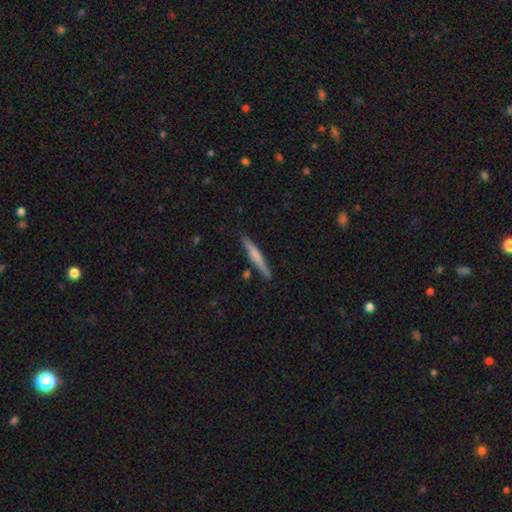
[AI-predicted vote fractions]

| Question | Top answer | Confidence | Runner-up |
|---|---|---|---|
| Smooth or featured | smooth | 57% | featured or disk (38%) |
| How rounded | cigar-shaped | 95% | in between (3%) |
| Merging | none | 88% | minor disturbance (9%) |